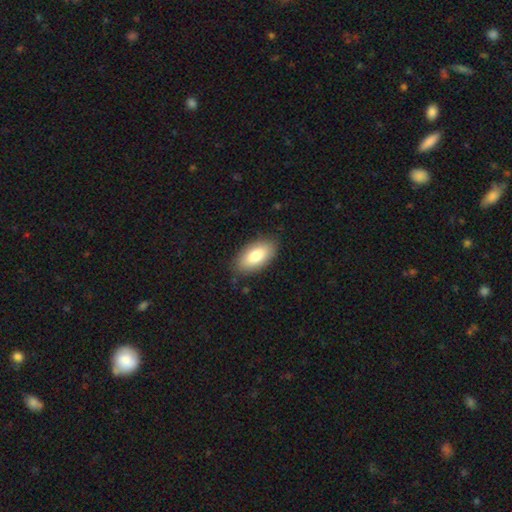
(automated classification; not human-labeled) Q: Smooth or featured?
A: smooth (83%); runner-up: featured or disk (11%)
Q: How rounded?
A: in between (93%); runner-up: cigar-shaped (5%)
Q: Merging?
A: none (85%); runner-up: minor disturbance (12%)